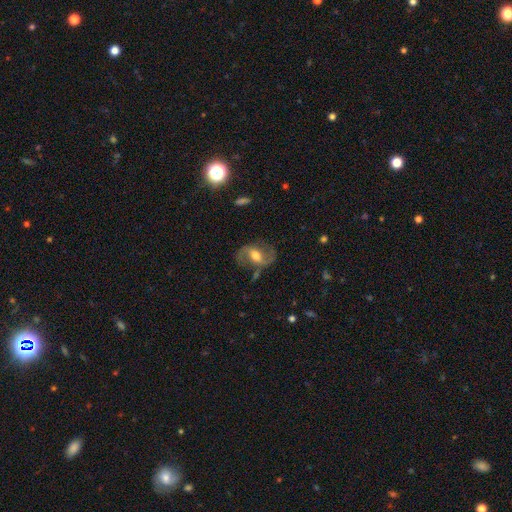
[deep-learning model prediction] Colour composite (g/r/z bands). It shows a featured or disk galaxy (81%) with a weak bar (44%), 2 (91%) loose (45%) spiral arms (92%) and a moderate central bulge (67%). Merging: none (75%).